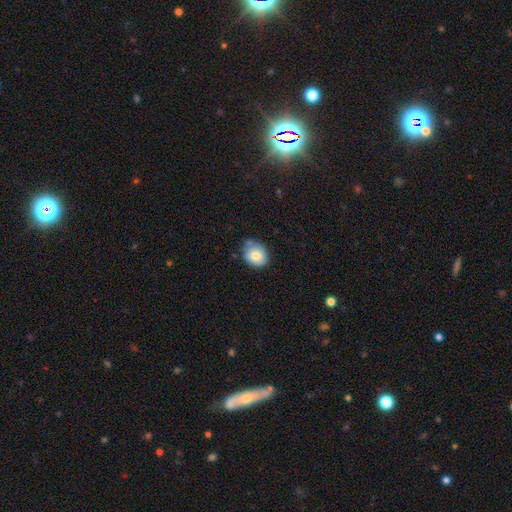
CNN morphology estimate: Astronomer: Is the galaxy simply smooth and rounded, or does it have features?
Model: smooth — 80%.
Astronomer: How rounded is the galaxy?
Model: round — 61% (runner-up: in between, 39%).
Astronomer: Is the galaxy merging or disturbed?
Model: none — 63%.